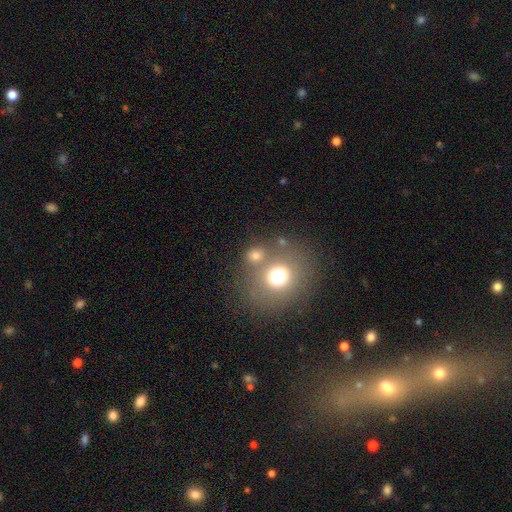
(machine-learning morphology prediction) This appears to be a smooth galaxy with no disk features (69%) that is round (75%). Merging: none (58%).